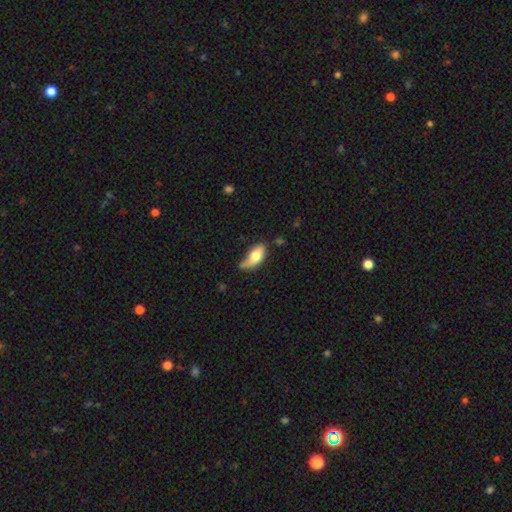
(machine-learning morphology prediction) smooth-or-featured: smooth: 71% | featured or disk: 23% | star or artifact: 7%
  how-rounded: in between: 87% | cigar-shaped: 8% | round: 5%
  merging: minor disturbance: 37% | none: 36% | major disturbance: 18% | merger: 9%